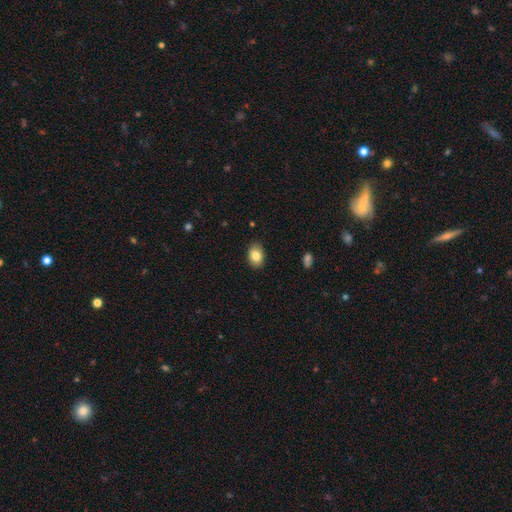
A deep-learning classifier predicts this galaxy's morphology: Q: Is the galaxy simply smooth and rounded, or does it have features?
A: smooth — 84%.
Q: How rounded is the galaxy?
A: in between — 82%.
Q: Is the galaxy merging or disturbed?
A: none — 87%.